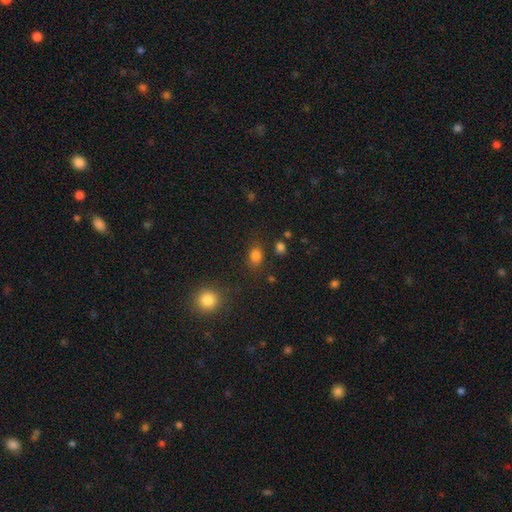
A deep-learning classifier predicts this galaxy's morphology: This appears to be a smooth galaxy with no disk features (82%) that is in between round and cigar-shaped (62%). Merging: none (79%).